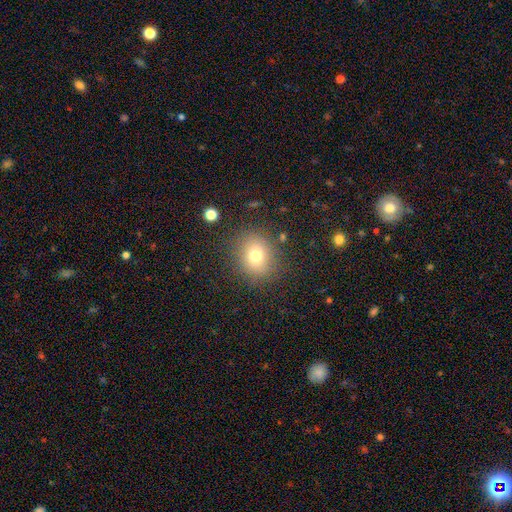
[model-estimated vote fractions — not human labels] smooth-or-featured: smooth: 74% | star or artifact: 14% | featured or disk: 11%
  how-rounded: round: 74% | in between: 25% | cigar-shaped: 1%
  merging: none: 84% | minor disturbance: 10% | major disturbance: 4% | merger: 2%